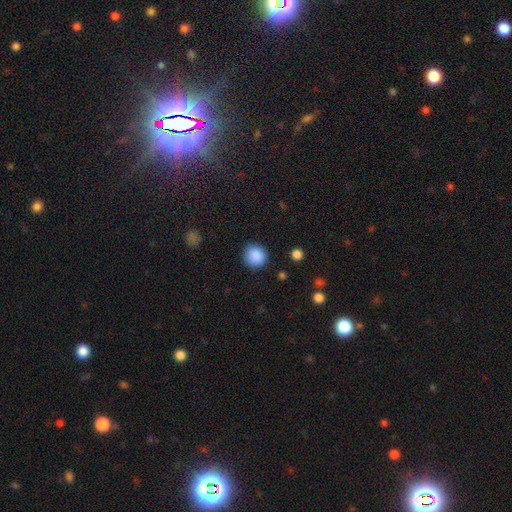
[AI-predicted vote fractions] The model was most divided on "smooth or featured": smooth: 88%, star or artifact: 9%, featured or disk: 3%. More confident: how rounded — round (92%); merging — none (88%).